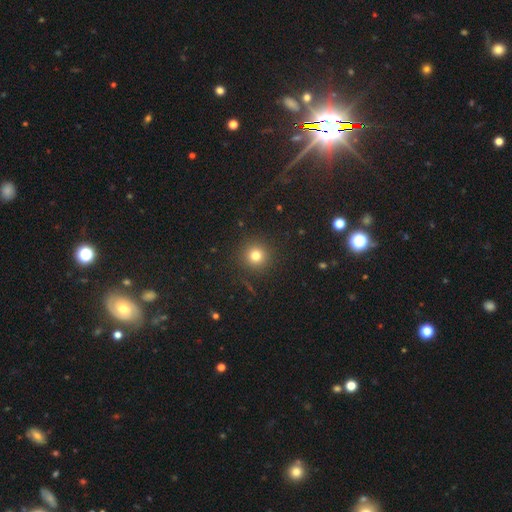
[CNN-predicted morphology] This is likely a smooth galaxy (77%). How rounded: clearly round (95%). Merging: clearly none (91%).